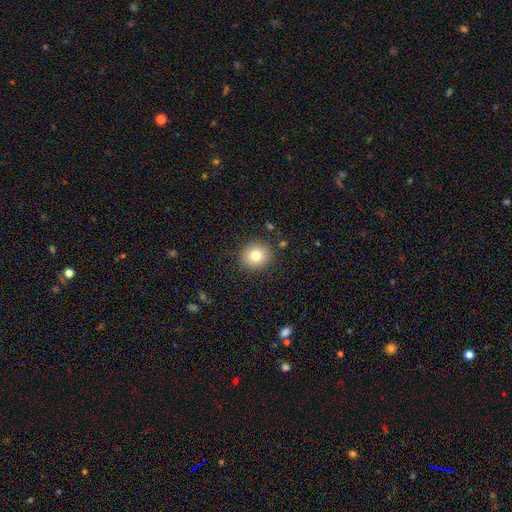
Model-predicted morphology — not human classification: A smooth galaxy with no disk features (78%) that is round (87%).

Vote fractions:
- Smooth or featured? smooth: 78% / star or artifact: 11% / featured or disk: 11%
- How rounded? round: 87% / in between: 12% / cigar-shaped: 1%
- Merging? none: 89% / minor disturbance: 7% / major disturbance: 2% / merger: 2%